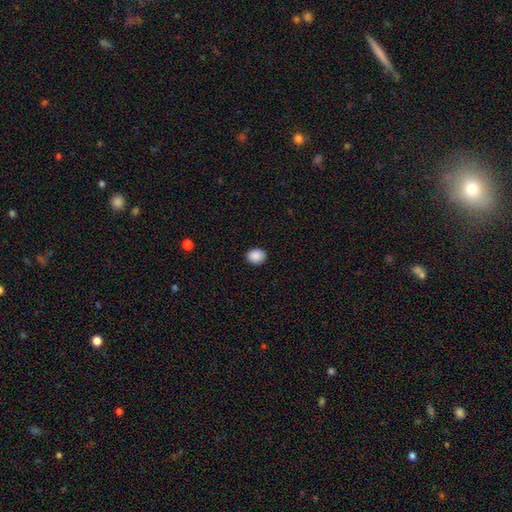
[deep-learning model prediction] Q: Smooth or featured?
A: smooth (89%); runner-up: star or artifact (8%)
Q: How rounded?
A: round (59%); runner-up: in between (40%)
Q: Merging?
A: none (91%); runner-up: minor disturbance (6%)